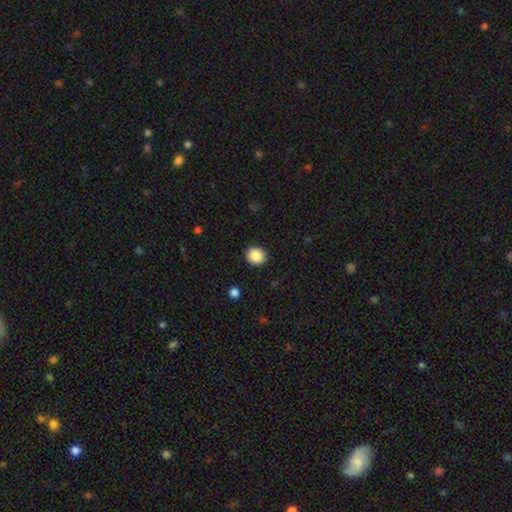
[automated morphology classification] Smooth or featured?
  - smooth: 88% *
  - star or artifact: 9%
  - featured or disk: 4%
How rounded?
  - round: 83% *
  - in between: 16%
  - cigar-shaped: 1%
Merging?
  - none: 91% *
  - minor disturbance: 6%
  - major disturbance: 2%
  - merger: 1%